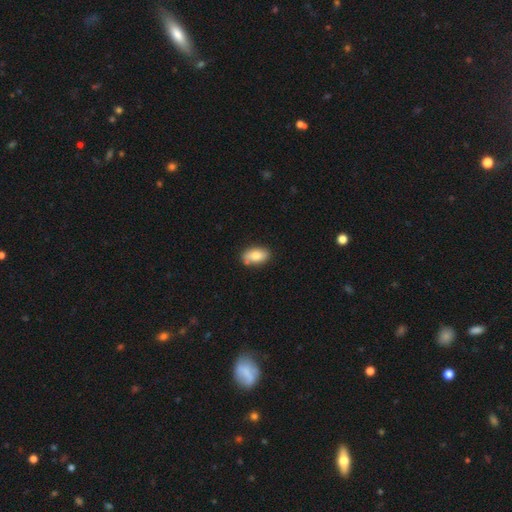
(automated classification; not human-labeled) This is clearly a smooth galaxy (81%). How rounded: clearly in between (91%). Merging: likely none (76%).